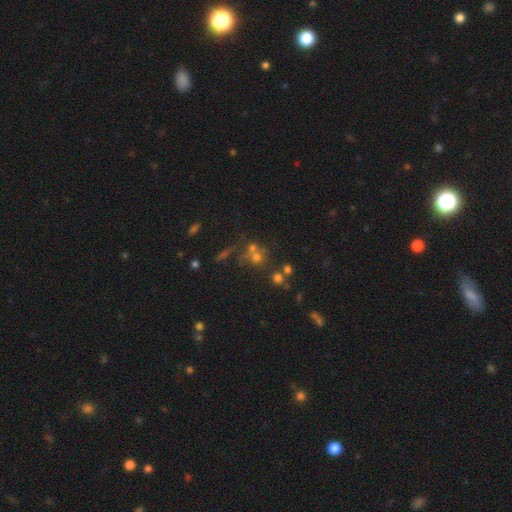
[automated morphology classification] type=smooth (44%); merging=none (53%).